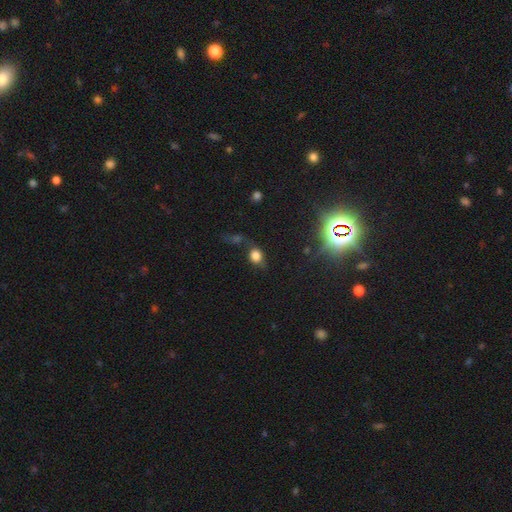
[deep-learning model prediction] smooth 70%, star or artifact 18%, featured or disk 12%. Down the decision tree: how rounded — round (56%); merging — none (50%).